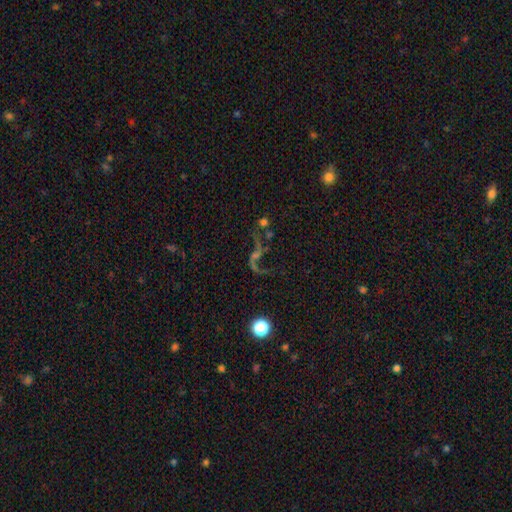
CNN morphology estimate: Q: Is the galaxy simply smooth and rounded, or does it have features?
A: featured or disk — 58%.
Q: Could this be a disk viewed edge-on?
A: no — 93%.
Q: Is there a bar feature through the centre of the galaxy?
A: no — 59%.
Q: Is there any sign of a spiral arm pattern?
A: yes — 78%.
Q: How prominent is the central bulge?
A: none — 40%.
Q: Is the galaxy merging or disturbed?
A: none — 48%.